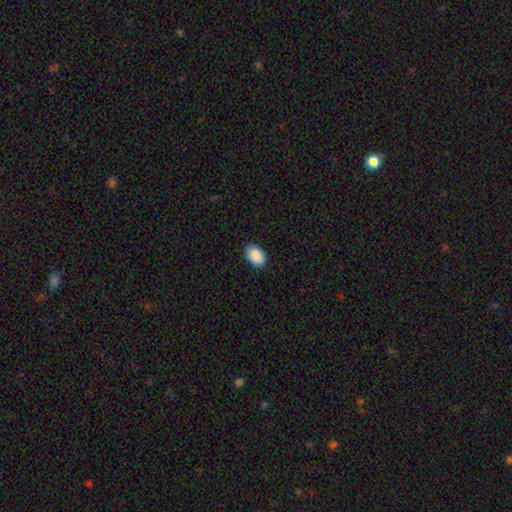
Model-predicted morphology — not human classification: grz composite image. It shows a smooth galaxy with no disk features (90%) that is in between round and cigar-shaped (84%). Merging: none (88%).